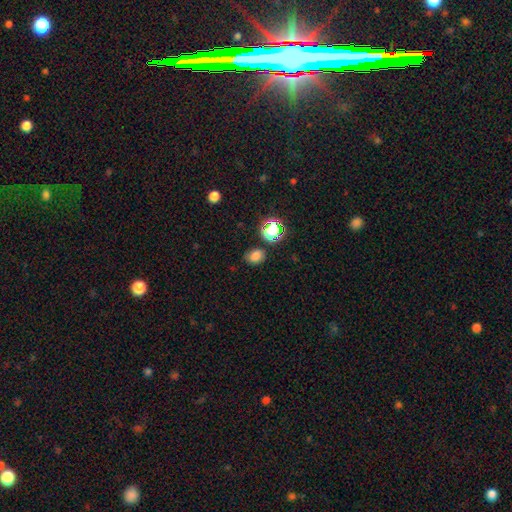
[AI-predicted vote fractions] smooth_or_featured: smooth (p=0.74) [alt: star or artifact p=0.20]
how_rounded: in between (p=0.53) [alt: round p=0.46]
merging: none (p=0.74) [alt: minor disturbance p=0.17]